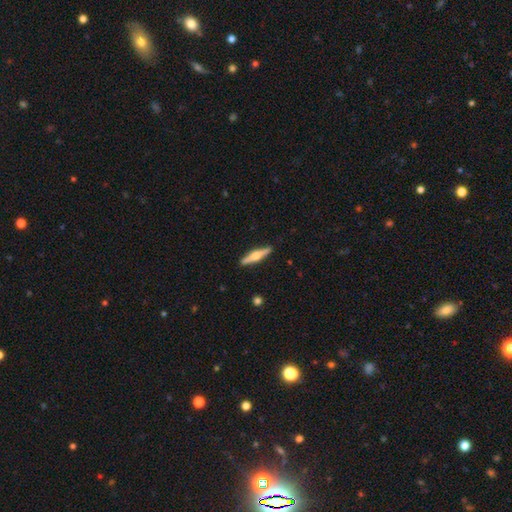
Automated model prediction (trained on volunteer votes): A featured or disk galaxy (67%) viewed edge-on (97%) with a rounded central bulge (91%). Merging: none (90%).